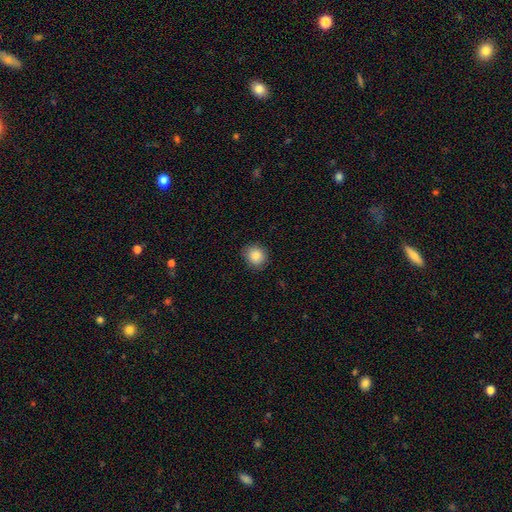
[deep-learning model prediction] Q: Smooth or featured?
A: smooth (87%); runner-up: star or artifact (9%)
Q: How rounded?
A: round (77%); runner-up: in between (22%)
Q: Merging?
A: none (86%); runner-up: minor disturbance (11%)